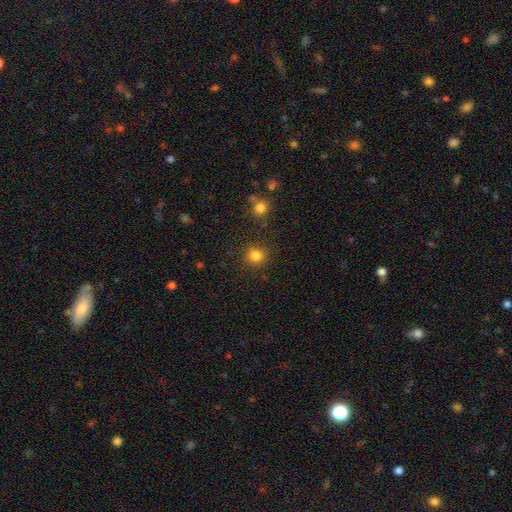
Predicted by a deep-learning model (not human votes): The model was most divided on "smooth or featured": smooth: 82%, star or artifact: 13%, featured or disk: 5%. More confident: merging — none (85%); how rounded — round (85%).